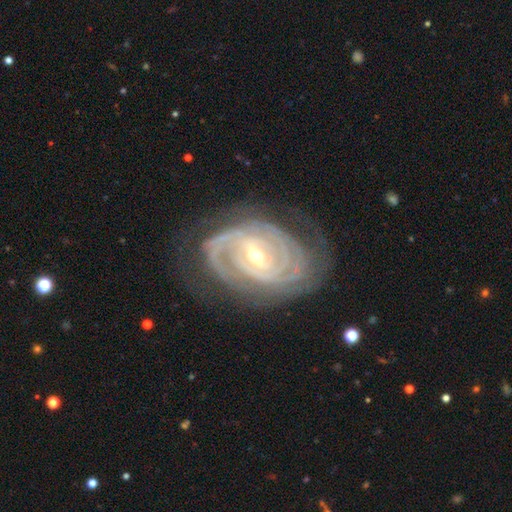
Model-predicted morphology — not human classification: smooth_or_featured: featured or disk (p=0.91) [alt: star or artifact p=0.05]
disk_edge_on: no (p=0.97) [alt: yes p=0.03]
bar: weak (p=0.44) [alt: strong p=0.33]
has_spiral_arms: yes (p=0.98) [alt: no p=0.02]
spiral_winding: tight (p=0.79) [alt: medium p=0.18]
spiral_arm_count: 2 (p=0.29) [alt: 3 p=0.25]
bulge_size: small (p=0.52) [alt: moderate p=0.45]
merging: none (p=0.73) [alt: minor disturbance p=0.18]